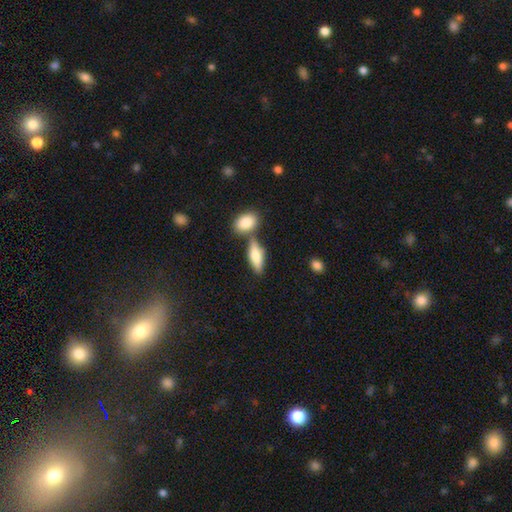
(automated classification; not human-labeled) A smooth galaxy with no disk features (72%) that is in between round and cigar-shaped (67%).

Vote fractions:
- Smooth or featured? smooth: 72% / featured or disk: 22% / star or artifact: 6%
- How rounded? in between: 67% / cigar-shaped: 29% / round: 4%
- Merging? none: 57% / merger: 26% / minor disturbance: 12% / major disturbance: 4%